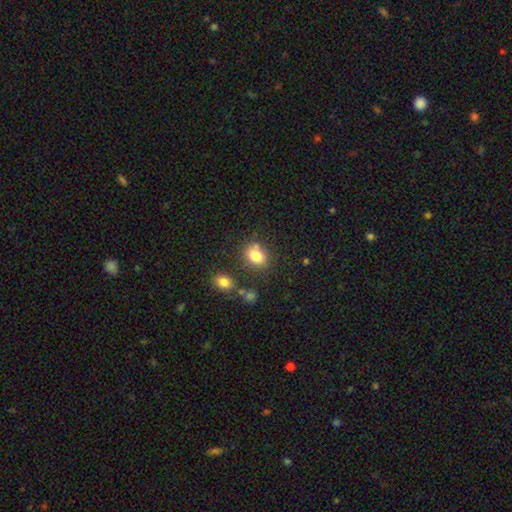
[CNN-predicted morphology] A smooth galaxy with no disk features (82%) that is in between round and cigar-shaped (56%). Merging: none (69%).